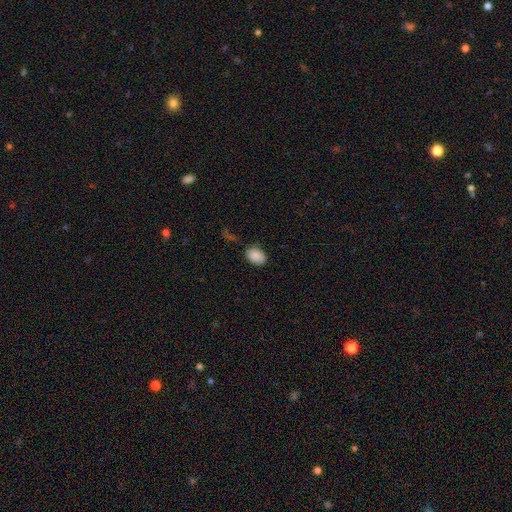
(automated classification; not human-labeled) Morphology: type=smooth (88%); roundness=in between (78%); merging=none (77%).